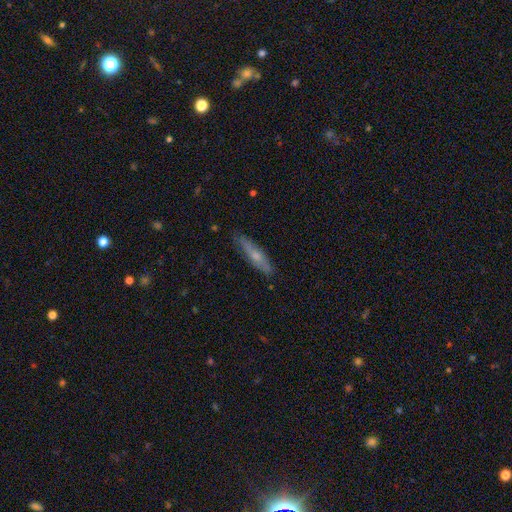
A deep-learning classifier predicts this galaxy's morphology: Smooth or featured: smooth — 49% (featured or disk — 44%)
Merging: none — 82% (minor disturbance — 14%)